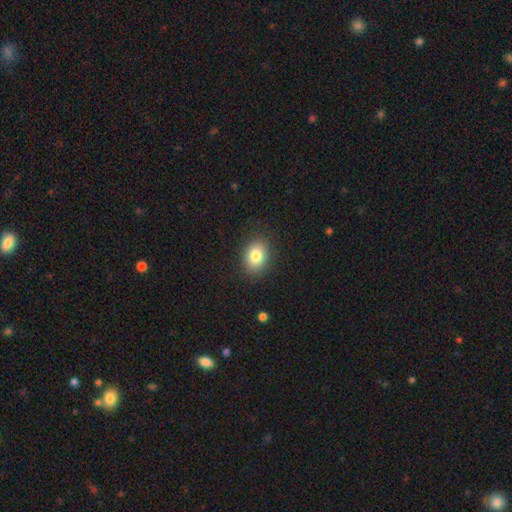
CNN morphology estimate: Smooth or featured: smooth — 83% (star or artifact — 9%)
How rounded: in between — 67% (round — 32%)
Merging: none — 87% (minor disturbance — 9%)